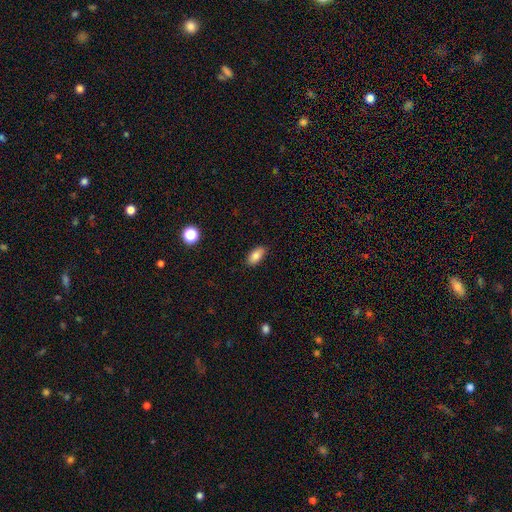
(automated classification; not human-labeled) smooth_or_featured: smooth (p=0.83) [alt: featured or disk p=0.09]
how_rounded: in between (p=0.90) [alt: cigar-shaped p=0.06]
merging: none (p=0.86) [alt: minor disturbance p=0.11]